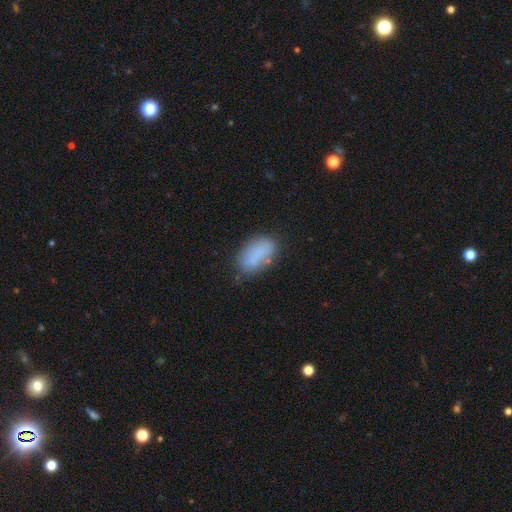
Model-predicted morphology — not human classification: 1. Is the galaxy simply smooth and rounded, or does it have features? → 76% smooth, 15% featured or disk, 9% star or artifact.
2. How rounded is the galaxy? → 89% in between, 6% cigar-shaped, 4% round.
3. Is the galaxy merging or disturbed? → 61% none, 22% minor disturbance, 9% merger, 8% major disturbance.